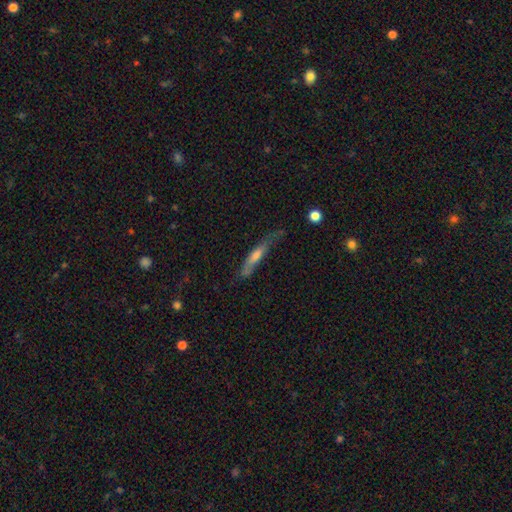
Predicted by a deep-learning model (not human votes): The model was most divided on "smooth or featured": smooth: 47%, featured or disk: 45%, star or artifact: 8%. More confident: merging — none (51%).